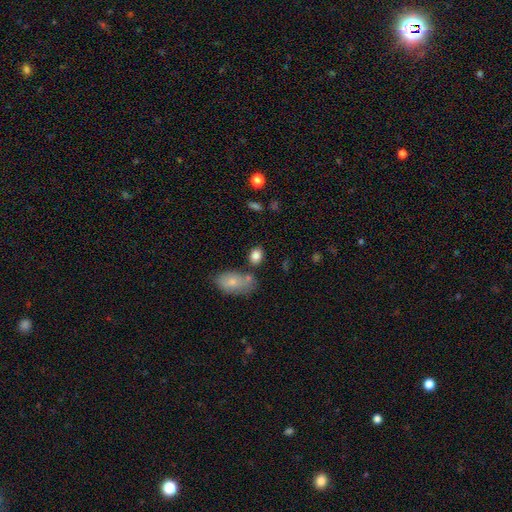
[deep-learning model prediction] This is clearly a smooth galaxy (84%). How rounded: likely in between (72%). Merging: likely none (68%).